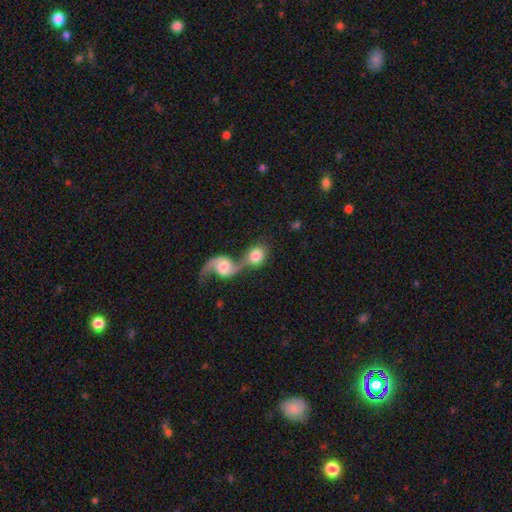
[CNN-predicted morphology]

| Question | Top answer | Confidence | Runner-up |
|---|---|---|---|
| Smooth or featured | smooth | 66% | featured or disk (27%) |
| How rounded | round | 62% | in between (36%) |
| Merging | merger | 66% | none (22%) |